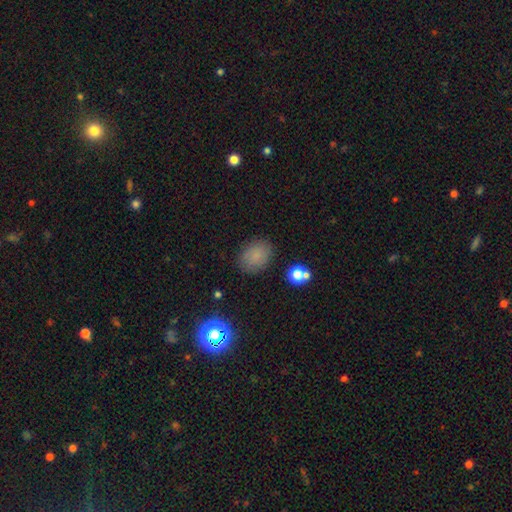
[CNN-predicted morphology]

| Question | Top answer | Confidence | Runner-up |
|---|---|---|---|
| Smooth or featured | smooth | 80% | star or artifact (13%) |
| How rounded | in between | 64% | round (35%) |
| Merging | none | 81% | minor disturbance (13%) |